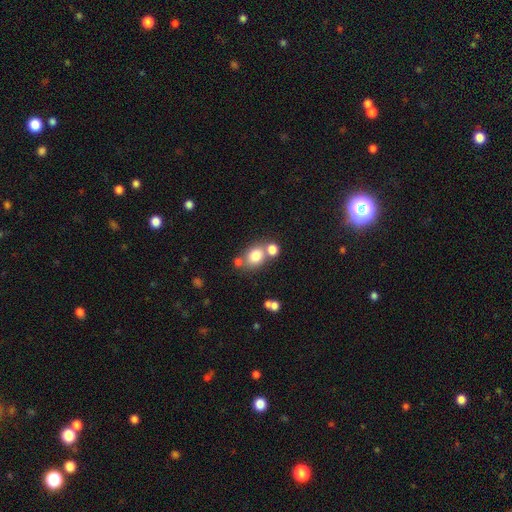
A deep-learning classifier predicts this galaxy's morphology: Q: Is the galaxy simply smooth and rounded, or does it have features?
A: smooth — 78%.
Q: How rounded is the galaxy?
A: round — 57%.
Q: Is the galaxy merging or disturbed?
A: none — 56%.